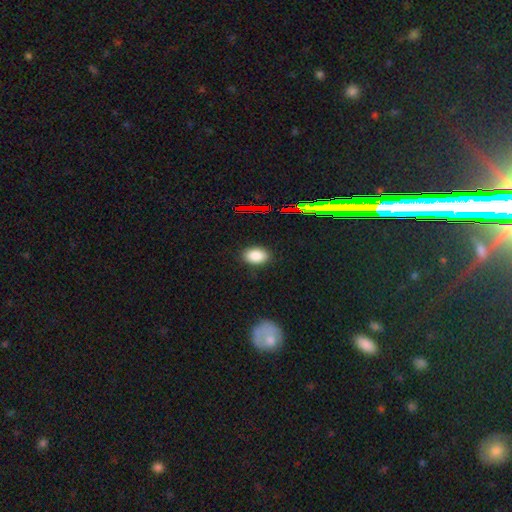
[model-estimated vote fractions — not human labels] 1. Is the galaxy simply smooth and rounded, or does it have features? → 84% smooth, 11% star or artifact, 5% featured or disk.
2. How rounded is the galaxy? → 87% in between, 11% round, 1% cigar-shaped.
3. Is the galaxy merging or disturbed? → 86% none, 10% minor disturbance, 3% major disturbance, 1% merger.